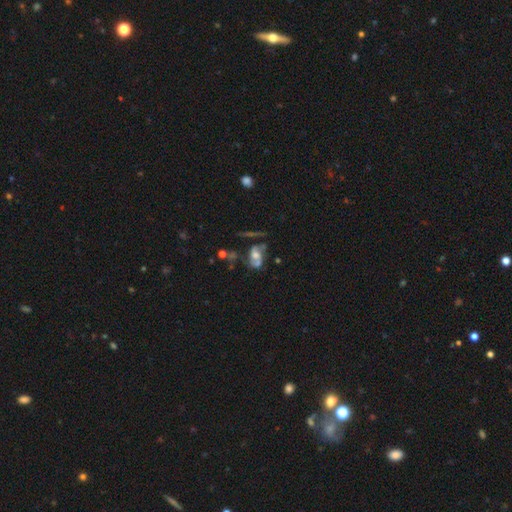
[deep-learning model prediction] Q: Smooth or featured?
A: featured or disk (61%); runner-up: smooth (28%)
Q: Edge-on disk?
A: no (96%); runner-up: yes (4%)
Q: Bar?
A: no (69%); runner-up: weak (24%)
Q: Spiral arms?
A: yes (64%); runner-up: no (36%)
Q: Bulge size?
A: moderate (47%); runner-up: large (25%)
Q: Merging?
A: none (30%); runner-up: major disturbance (29%)